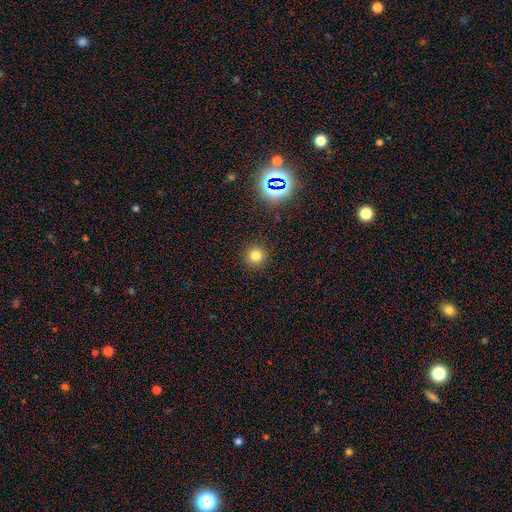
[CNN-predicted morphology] A smooth galaxy with no disk features (76%) that is round (94%). Merging: none (91%).